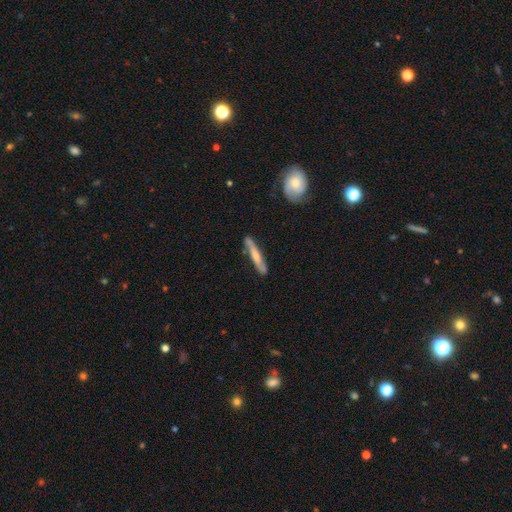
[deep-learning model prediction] This appears to be a featured or disk galaxy (50%). Merging: none (77%).